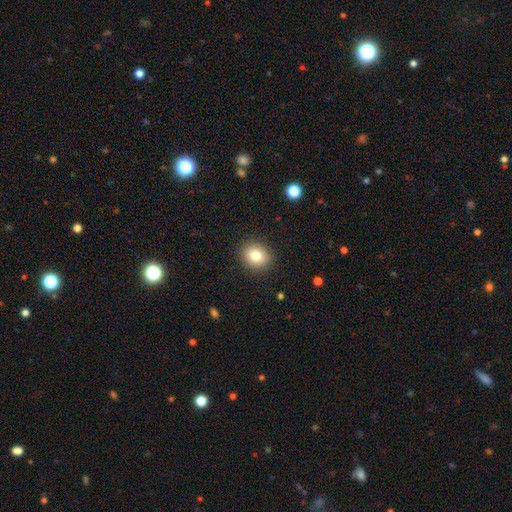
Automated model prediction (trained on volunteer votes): Q: Smooth or featured?
A: smooth (81%); runner-up: star or artifact (10%)
Q: How rounded?
A: round (71%); runner-up: in between (29%)
Q: Merging?
A: none (90%); runner-up: minor disturbance (7%)